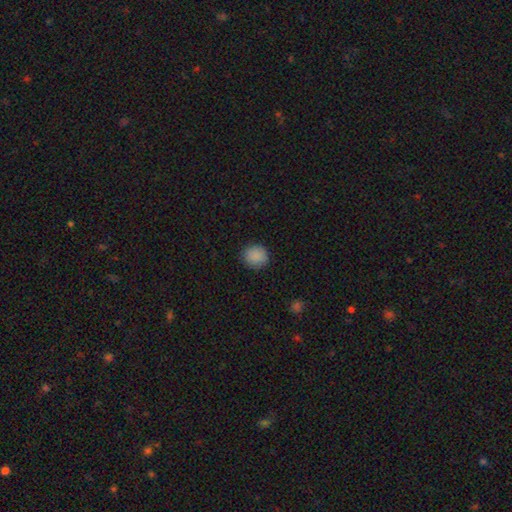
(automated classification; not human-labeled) smooth-or-featured: smooth: 88% | star or artifact: 9% | featured or disk: 3%
  how-rounded: round: 88% | in between: 11% | cigar-shaped: 1%
  merging: none: 89% | minor disturbance: 8% | major disturbance: 2% | merger: 1%